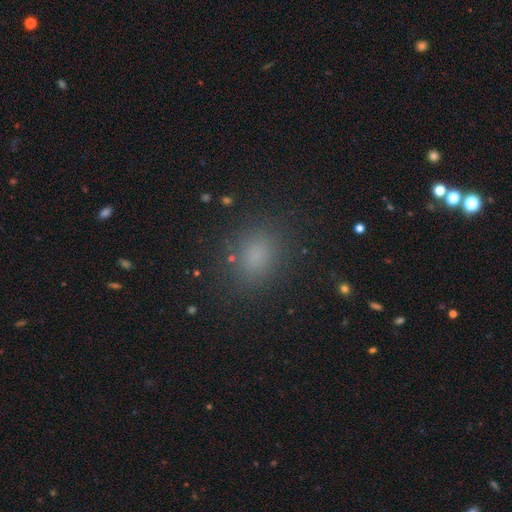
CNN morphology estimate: smooth 78%, star or artifact 17%, featured or disk 5%. Down the decision tree: how rounded — in between (54%); merging — none (84%).